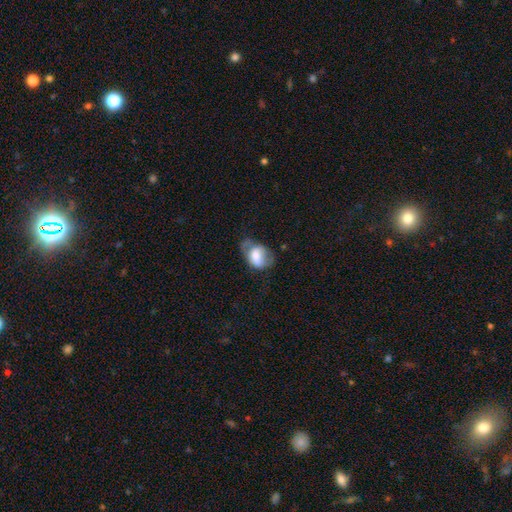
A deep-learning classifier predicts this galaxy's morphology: A smooth galaxy with no disk features (60%) that is in between round and cigar-shaped (76%).

Vote fractions:
- Smooth or featured? smooth: 60% / featured or disk: 32% / star or artifact: 8%
- How rounded? in between: 76% / round: 23% / cigar-shaped: 2%
- Merging? none: 38% / minor disturbance: 33% / major disturbance: 26% / merger: 3%